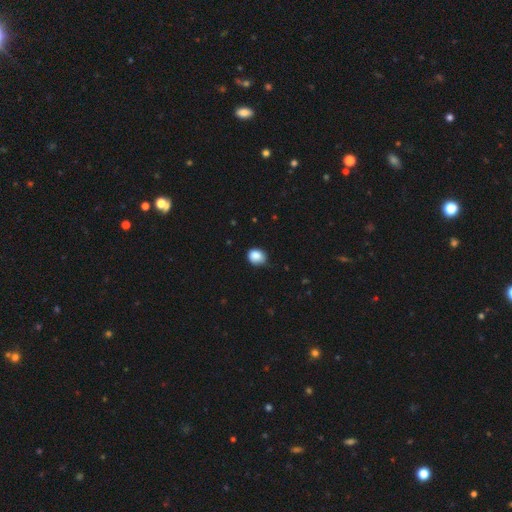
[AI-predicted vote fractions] The model was most divided on "how rounded": round: 63%, in between: 36%, cigar-shaped: 1%. More confident: smooth or featured — smooth (87%); merging — none (62%).